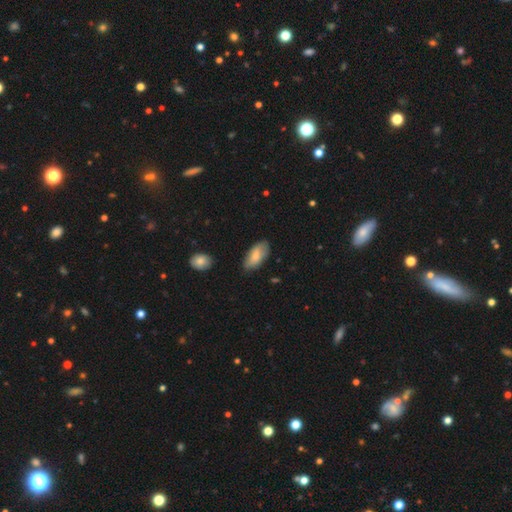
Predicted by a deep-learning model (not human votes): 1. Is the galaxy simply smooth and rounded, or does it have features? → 75% smooth, 19% featured or disk, 6% star or artifact.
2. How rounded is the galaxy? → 92% in between, 6% cigar-shaped, 2% round.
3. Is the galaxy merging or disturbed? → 73% none, 22% minor disturbance, 4% major disturbance, 2% merger.